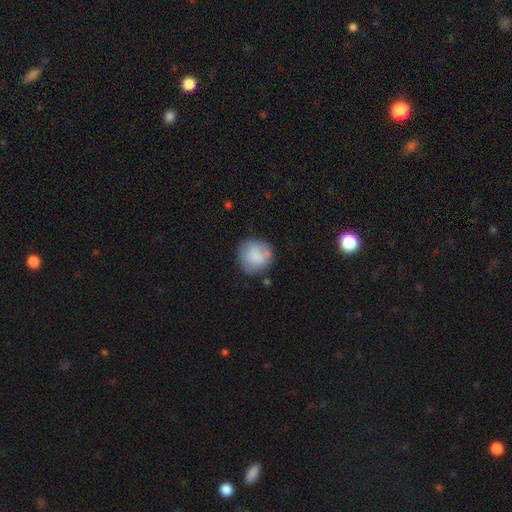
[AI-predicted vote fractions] Smooth or featured: smooth — 76% (featured or disk — 17%)
How rounded: round — 86% (in between — 13%)
Merging: none — 64% (minor disturbance — 21%)